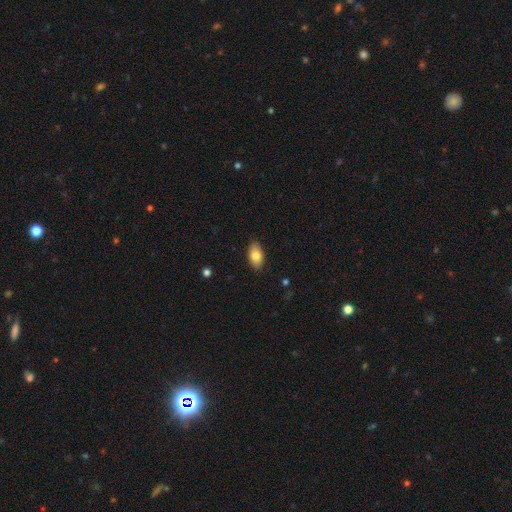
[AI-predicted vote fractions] Overall: smooth (83%). How rounded: in between (93%). Merging: none (86%).